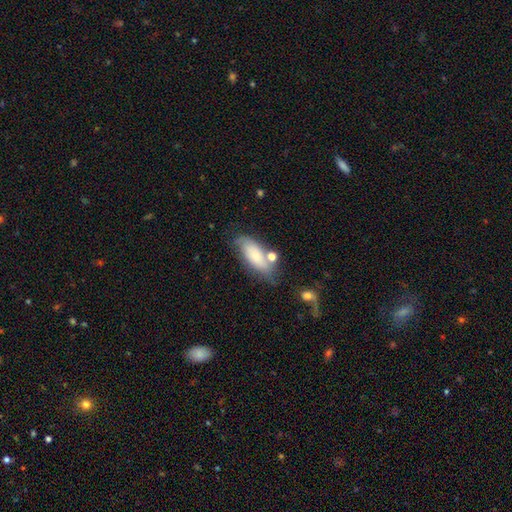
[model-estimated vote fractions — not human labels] smooth-or-featured: smooth: 68% | featured or disk: 25% | star or artifact: 8%
  how-rounded: in between: 80% | cigar-shaped: 17% | round: 3%
  merging: none: 55% | minor disturbance: 24% | merger: 13% | major disturbance: 8%